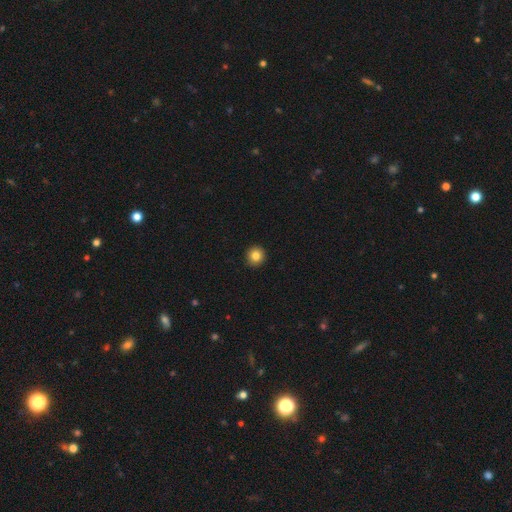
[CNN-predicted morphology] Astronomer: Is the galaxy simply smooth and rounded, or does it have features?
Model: smooth — 83%.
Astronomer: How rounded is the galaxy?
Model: round — 94%.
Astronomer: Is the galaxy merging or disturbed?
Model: none — 93%.